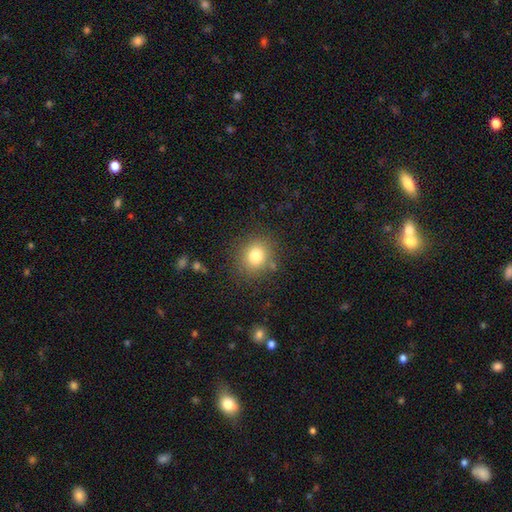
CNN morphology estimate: Smooth or featured: smooth — 79% (star or artifact — 13%)
How rounded: round — 80% (in between — 19%)
Merging: none — 84% (minor disturbance — 10%)